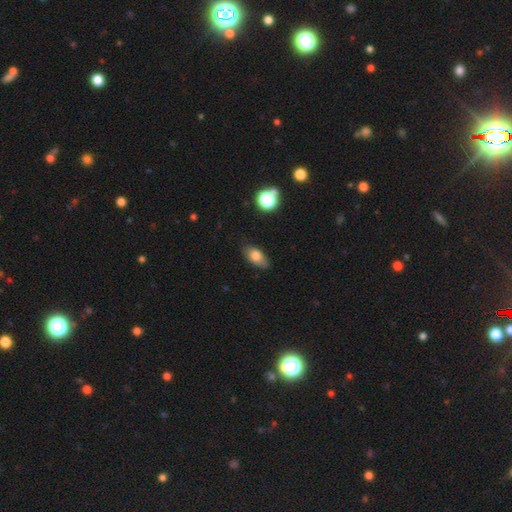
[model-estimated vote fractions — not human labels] Smooth or featured: smooth — 78% (featured or disk — 14%)
How rounded: in between — 87% (round — 7%)
Merging: none — 76% (minor disturbance — 19%)